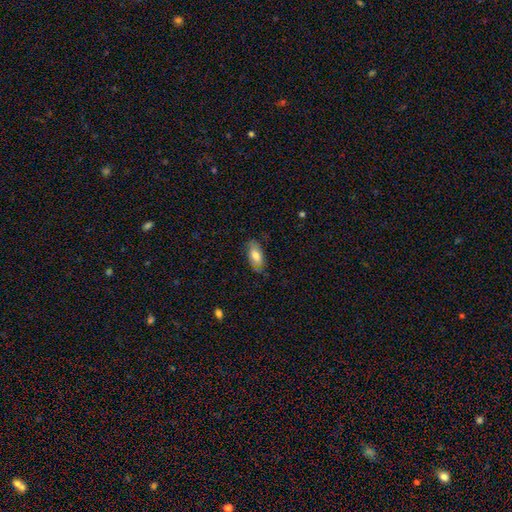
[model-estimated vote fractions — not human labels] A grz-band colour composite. It shows a smooth galaxy with no disk features (72%) that is in between round and cigar-shaped (88%). Merging: none (73%).